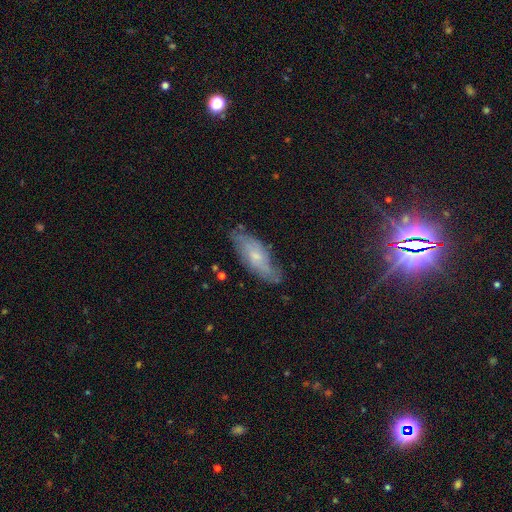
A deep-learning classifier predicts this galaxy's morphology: smooth-or-featured: featured or disk: 51% | smooth: 38% | star or artifact: 11%
  disk-edge-on: no: 76% | yes: 24%
  merging: none: 73% | minor disturbance: 21% | major disturbance: 5% | merger: 2%